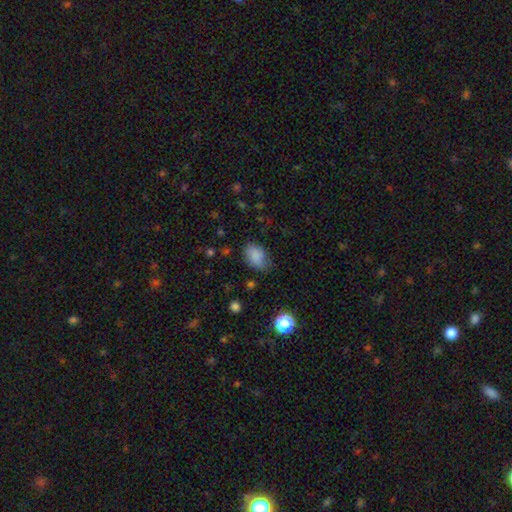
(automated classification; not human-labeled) smooth 84%, star or artifact 9%, featured or disk 7%. Down the decision tree: how rounded — in between (84%); merging — none (67%).